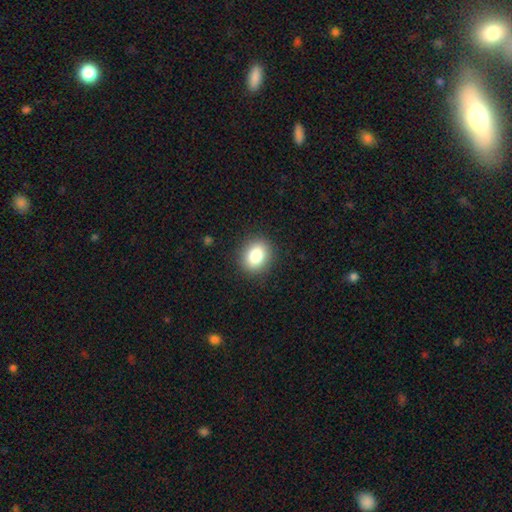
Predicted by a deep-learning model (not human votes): Overall: smooth (82%). How rounded: round (60%; in between 39%). Merging: none (90%).